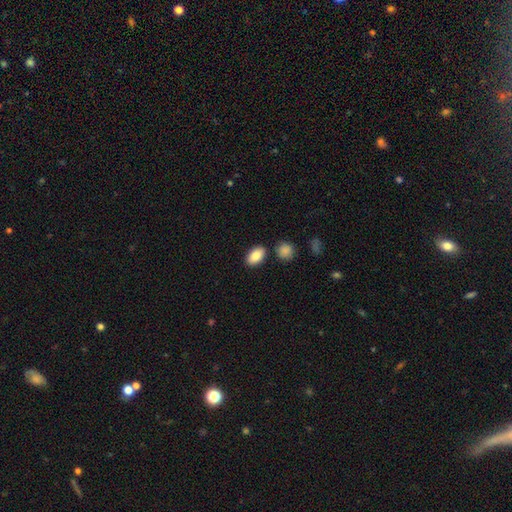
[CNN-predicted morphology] A smooth galaxy with no disk features (86%) that is in between round and cigar-shaped (91%).

Vote fractions:
- Smooth or featured? smooth: 86% / star or artifact: 7% / featured or disk: 7%
- How rounded? in between: 91% / round: 7% / cigar-shaped: 2%
- Merging? none: 84% / minor disturbance: 9% / merger: 5% / major disturbance: 2%